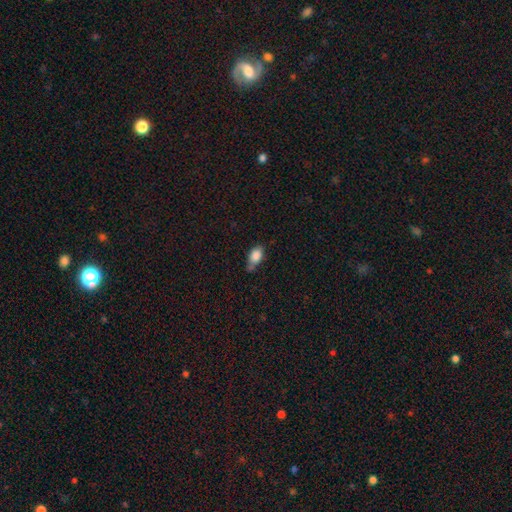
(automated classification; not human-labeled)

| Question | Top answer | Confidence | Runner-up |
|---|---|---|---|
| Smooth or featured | smooth | 84% | star or artifact (8%) |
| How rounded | in between | 87% | round (9%) |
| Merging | none | 49% | minor disturbance (32%) |